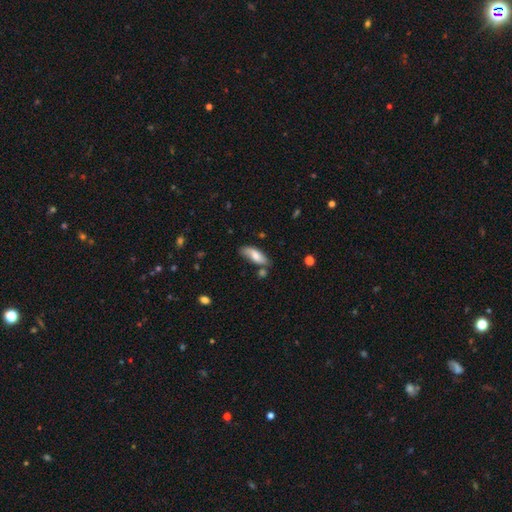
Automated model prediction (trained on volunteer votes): Smooth or featured: smooth — 69% (featured or disk — 24%)
How rounded: in between — 73% (cigar-shaped — 25%)
Merging: none — 60% (minor disturbance — 26%)